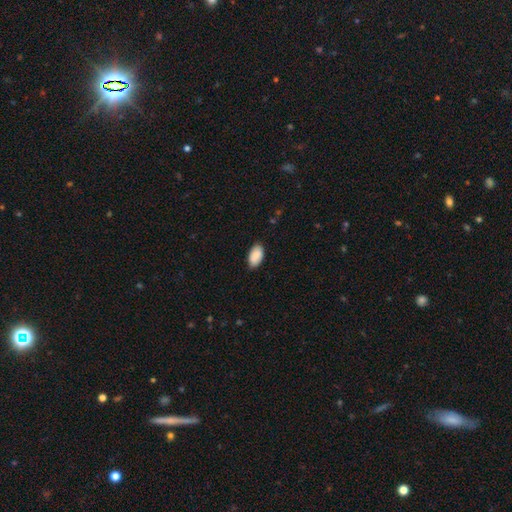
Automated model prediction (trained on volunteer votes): A smooth galaxy with no disk features (89%) that is in between round and cigar-shaped (95%).

Vote fractions:
- Smooth or featured? smooth: 89% / star or artifact: 6% / featured or disk: 5%
- How rounded? in between: 95% / round: 3% / cigar-shaped: 2%
- Merging? none: 82% / minor disturbance: 15% / major disturbance: 2% / merger: 1%